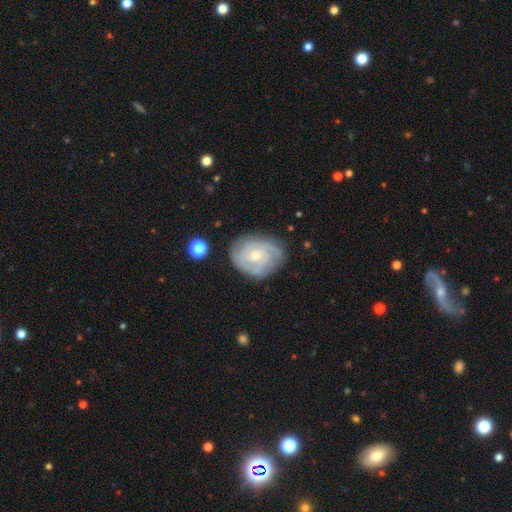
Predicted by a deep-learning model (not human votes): Smooth or featured?
  - featured or disk: 81% *
  - smooth: 13%
  - star or artifact: 6%
Edge-on disk?
  - no: 98% *
  - yes: 2%
Bar?
  - no: 65% *
  - weak: 31%
  - strong: 4%
Spiral arms?
  - yes: 95% *
  - no: 5%
Spiral winding?
  - tight: 66% *
  - medium: 29%
  - loose: 6%
Spiral arm count?
  - 3: 31% *
  - can't tell: 28%
  - 2: 21%
  - 4: 11%
  - 1: 5%
  - more than 4: 5%
Bulge size?
  - small: 53% *
  - moderate: 42%
  - none: 2%
  - large: 2%
  - dominant: 1%
Merging?
  - none: 76% *
  - minor disturbance: 17%
  - major disturbance: 5%
  - merger: 1%